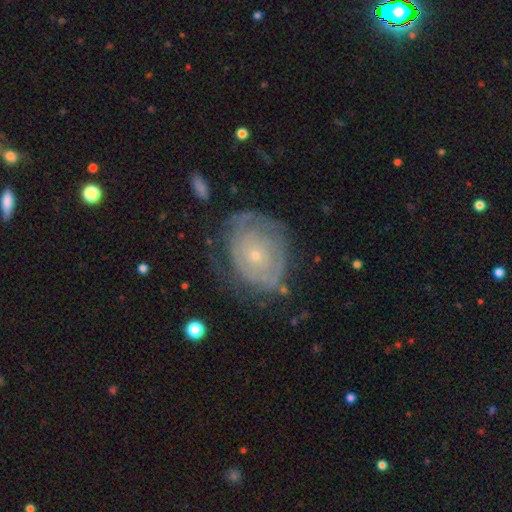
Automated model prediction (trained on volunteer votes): Smooth or featured: featured or disk — 72% (smooth — 21%)
Edge-on disk: no — 96% (yes — 4%)
Bar: no — 85% (weak — 13%)
Spiral arms: yes — 75% (no — 25%)
Spiral winding: tight — 75% (medium — 18%)
Spiral arm count: can't tell — 58% (2 — 17%)
Bulge size: small — 81% (moderate — 16%)
Merging: none — 60% (minor disturbance — 24%)